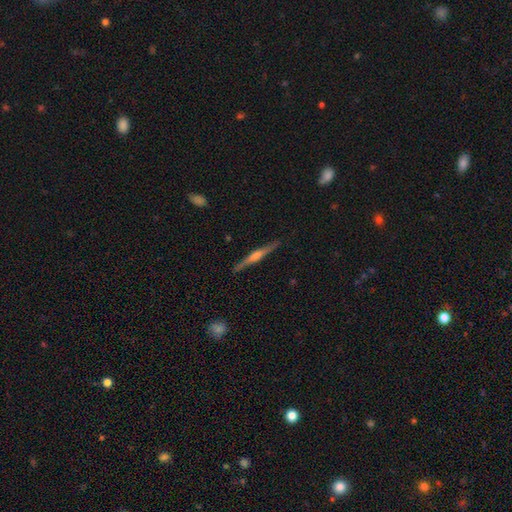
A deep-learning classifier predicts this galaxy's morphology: Smooth or featured? Predicted: featured or disk (p=0.73). Edge-on disk? Predicted: yes (p=0.98). Edge-on bulge? Predicted: rounded (p=0.72). Merging? Predicted: none (p=0.89).